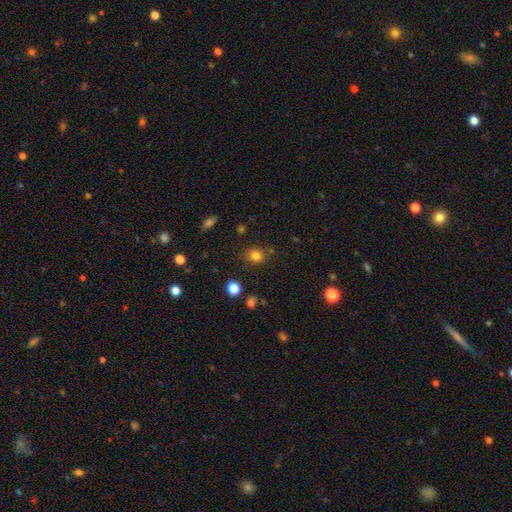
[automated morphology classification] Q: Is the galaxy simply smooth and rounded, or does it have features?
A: smooth — 80%.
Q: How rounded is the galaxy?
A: round — 70%.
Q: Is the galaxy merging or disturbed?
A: none — 80%.